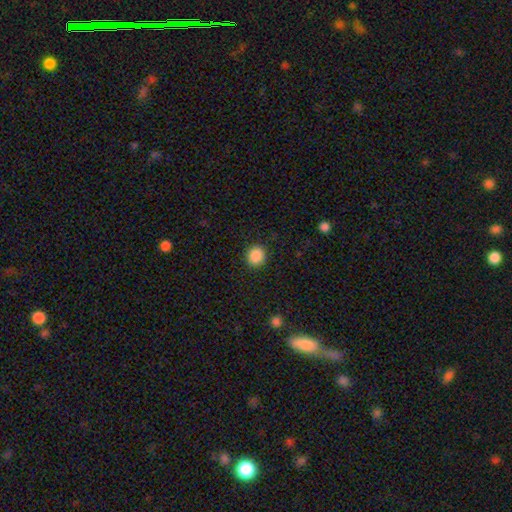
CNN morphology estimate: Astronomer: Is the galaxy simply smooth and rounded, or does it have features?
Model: smooth — 88%.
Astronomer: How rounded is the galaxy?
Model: round — 85%.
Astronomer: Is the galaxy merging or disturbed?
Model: none — 90%.